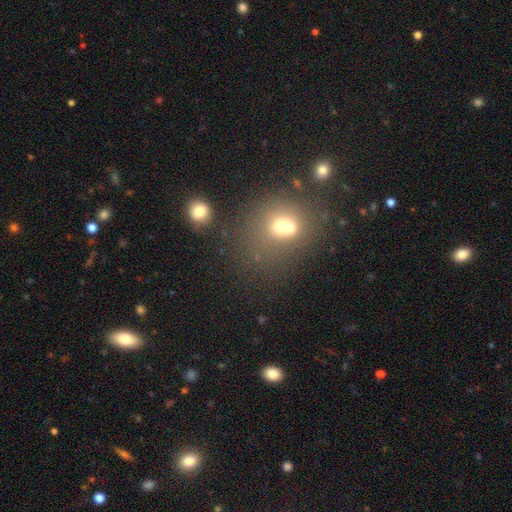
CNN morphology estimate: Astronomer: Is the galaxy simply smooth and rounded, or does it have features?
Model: smooth — 59%.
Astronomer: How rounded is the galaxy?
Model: round — 62%.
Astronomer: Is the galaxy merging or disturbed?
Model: none — 69%.